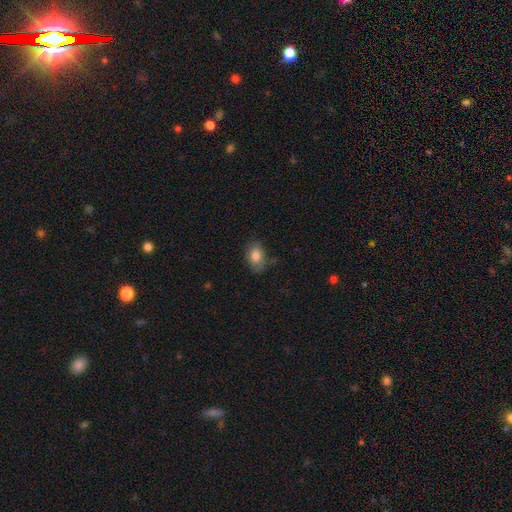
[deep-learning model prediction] This is likely a smooth galaxy (73%). How rounded: clearly in between (87%). Merging: likely none (72%).